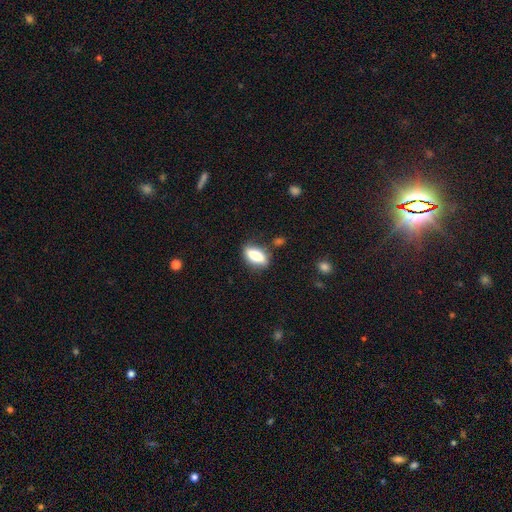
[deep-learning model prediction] smooth_or_featured: smooth (p=0.77) [alt: featured or disk p=0.16]
how_rounded: in between (p=0.81) [alt: cigar-shaped p=0.13]
merging: none (p=0.75) [alt: minor disturbance p=0.17]